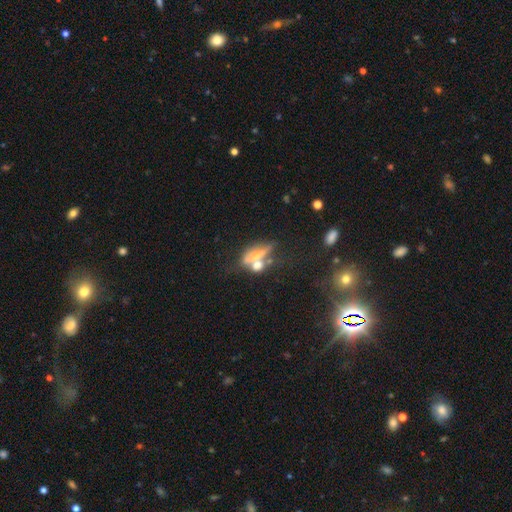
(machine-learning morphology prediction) smooth_or_featured: featured or disk (p=0.46) [alt: smooth p=0.40]
merging: merger (p=0.47) [alt: none p=0.30]